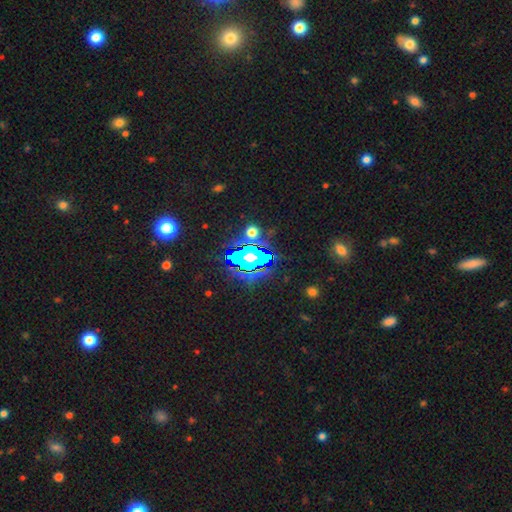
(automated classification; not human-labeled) smooth_or_featured: star or artifact (p=0.60) [alt: smooth p=0.25]